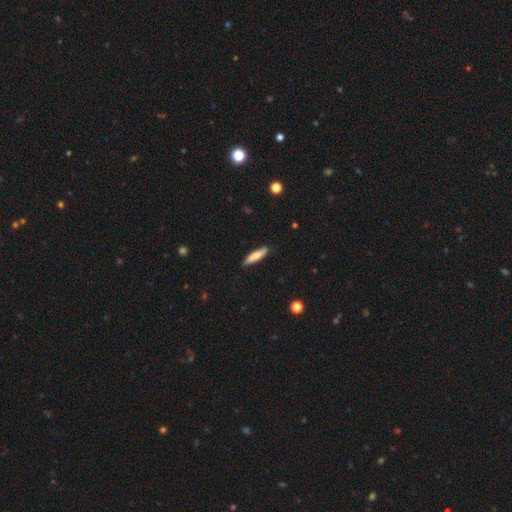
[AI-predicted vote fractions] This appears to be a smooth galaxy with no disk features (74%) that is cigar-shaped (79%). Merging: none (87%).